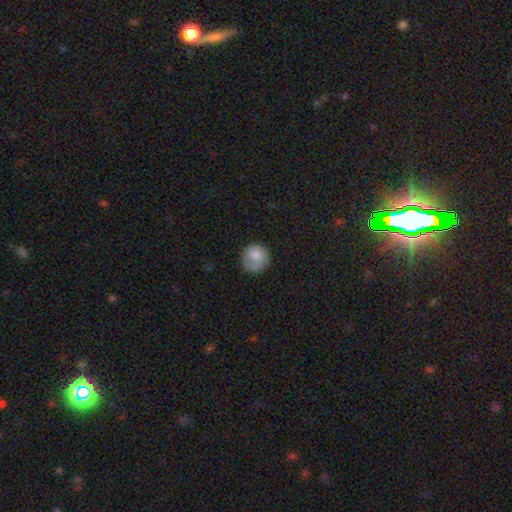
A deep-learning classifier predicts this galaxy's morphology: Smooth or featured?
  - smooth: 75% *
  - featured or disk: 18%
  - star or artifact: 7%
How rounded?
  - round: 86% *
  - in between: 13%
  - cigar-shaped: 1%
Merging?
  - none: 67% *
  - minor disturbance: 20%
  - major disturbance: 11%
  - merger: 2%